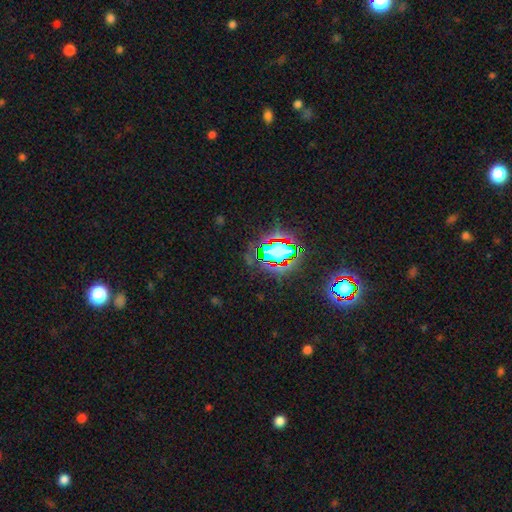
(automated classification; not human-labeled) The model was most divided on "smooth or featured": star or artifact: 80%, smooth: 12%, featured or disk: 9%.